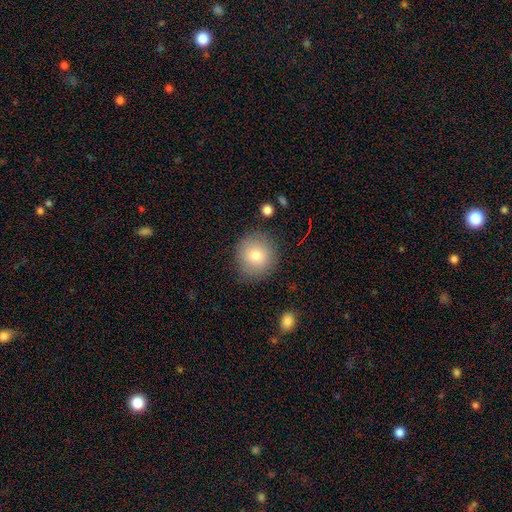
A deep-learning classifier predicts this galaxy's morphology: Q: Smooth or featured?
A: smooth (78%); runner-up: featured or disk (12%)
Q: How rounded?
A: round (92%); runner-up: in between (7%)
Q: Merging?
A: none (85%); runner-up: minor disturbance (10%)